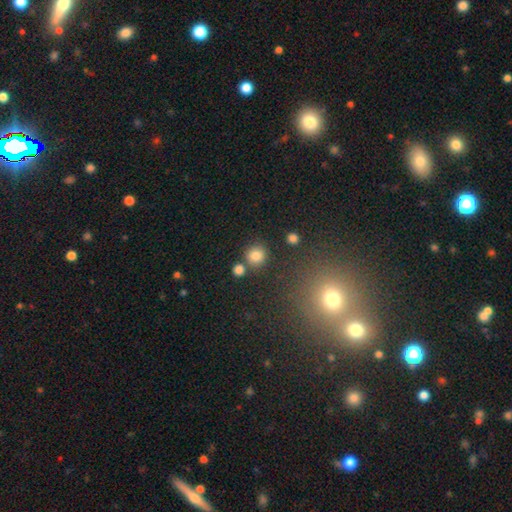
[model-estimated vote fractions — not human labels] This appears to be a smooth galaxy with no disk features (82%) that is round (87%). Merging: none (75%).